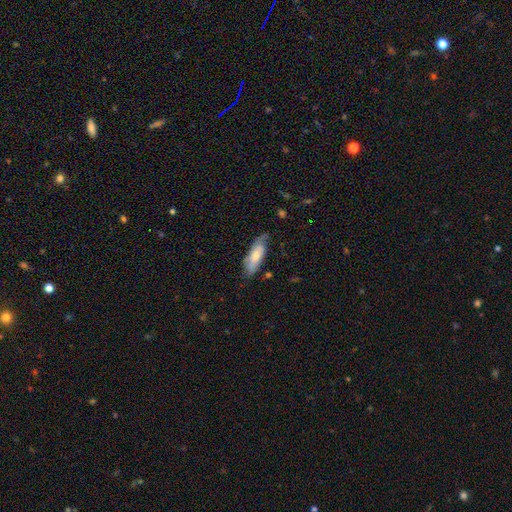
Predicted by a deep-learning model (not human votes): Smooth or featured? Predicted: smooth (p=0.59). How rounded? Predicted: in between (p=0.66). Merging? Predicted: none (p=0.61).